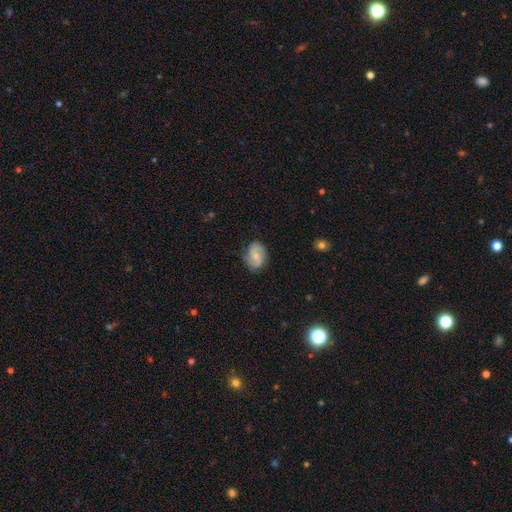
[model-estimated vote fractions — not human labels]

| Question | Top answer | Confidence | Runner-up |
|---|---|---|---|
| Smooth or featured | featured or disk | 50% | smooth (43%) |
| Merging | none | 73% | minor disturbance (21%) |